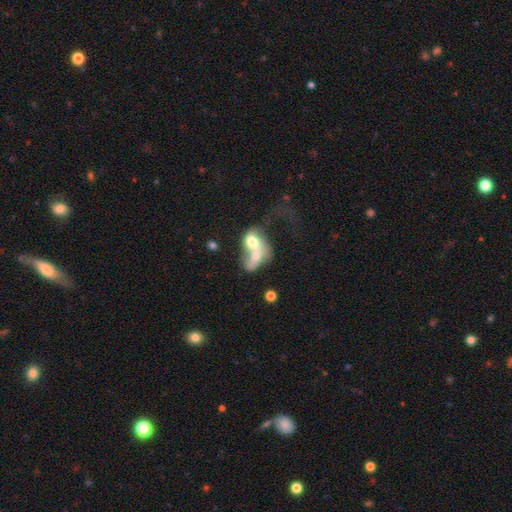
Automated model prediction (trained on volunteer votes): Smooth or featured: smooth — 55% (featured or disk — 37%)
How rounded: in between — 70% (round — 27%)
Merging: merger — 77% (major disturbance — 12%)